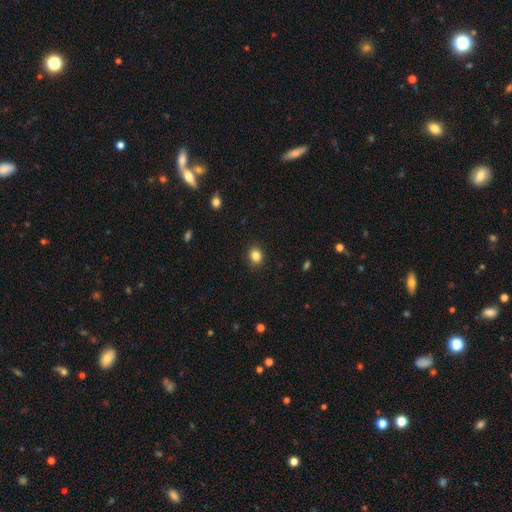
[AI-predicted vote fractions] Smooth or featured? smooth (84%)
How rounded? round (61%)
Merging? none (88%)